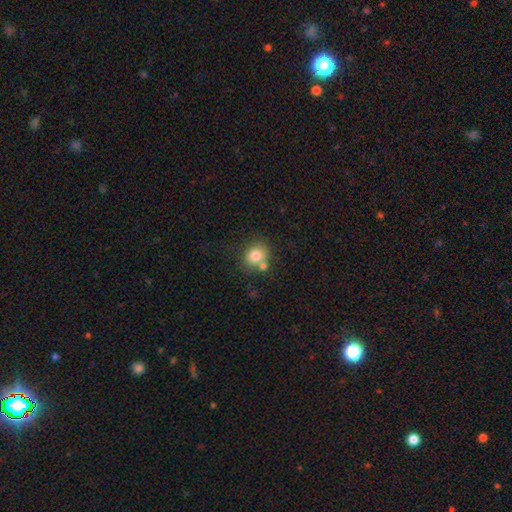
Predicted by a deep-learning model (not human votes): This is likely a smooth galaxy (79%). How rounded: likely round (74%). Merging: possibly none (57%).